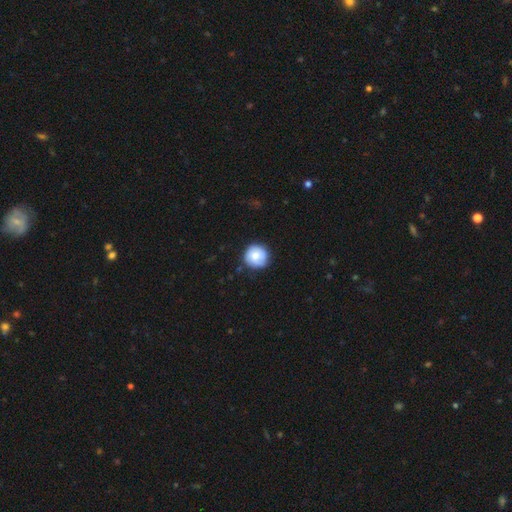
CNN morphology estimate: smooth-or-featured: smooth: 65% | featured or disk: 28% | star or artifact: 7%
  how-rounded: round: 93% | in between: 6% | cigar-shaped: 1%
  merging: none: 78% | minor disturbance: 17% | major disturbance: 4% | merger: 1%